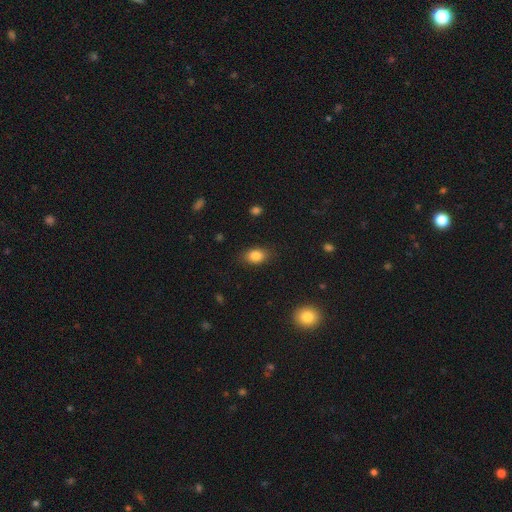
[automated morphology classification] Smooth or featured: smooth — 84% (star or artifact — 9%)
How rounded: in between — 80% (round — 18%)
Merging: none — 84% (minor disturbance — 12%)